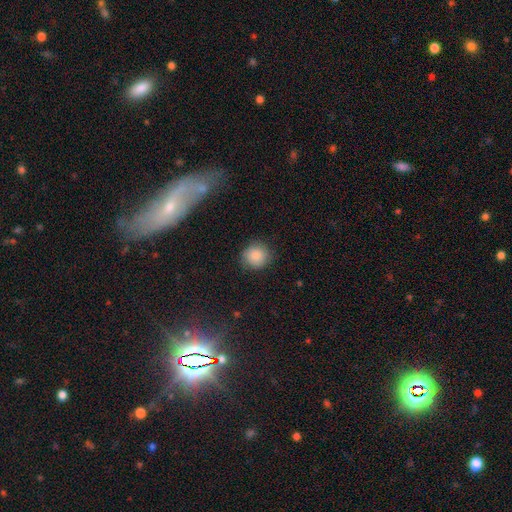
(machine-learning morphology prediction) Smooth or featured?
  - smooth: 84% *
  - star or artifact: 9%
  - featured or disk: 8%
How rounded?
  - round: 88% *
  - in between: 11%
  - cigar-shaped: 1%
Merging?
  - none: 82% *
  - minor disturbance: 13%
  - major disturbance: 4%
  - merger: 1%